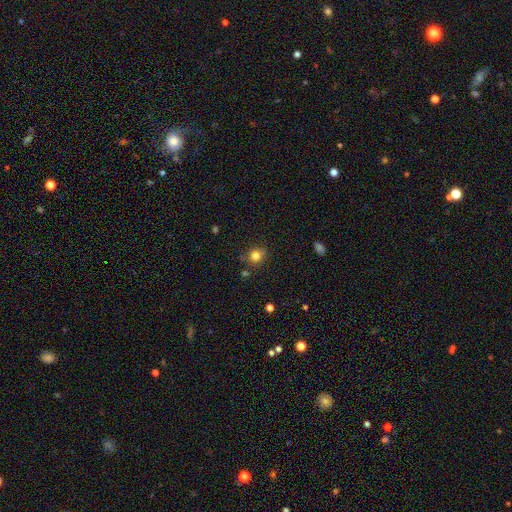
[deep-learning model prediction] Morphology: type=smooth (81%); roundness=round (85%); merging=none (79%).